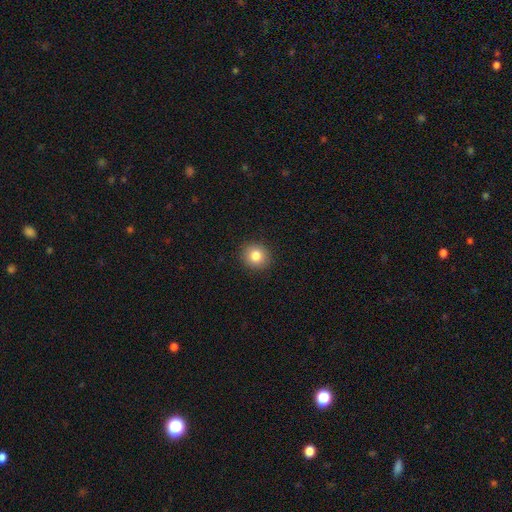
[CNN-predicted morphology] A smooth galaxy with no disk features (84%) that is round (86%). Merging: none (92%).